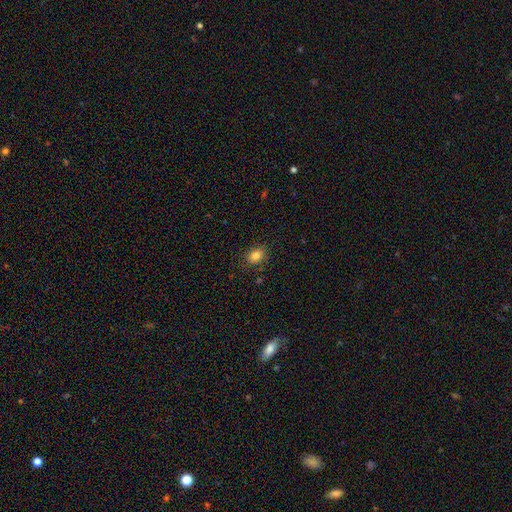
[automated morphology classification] Smooth or featured? Predicted: smooth (p=0.83). How rounded? Predicted: in between (p=0.55). Merging? Predicted: none (p=0.85).